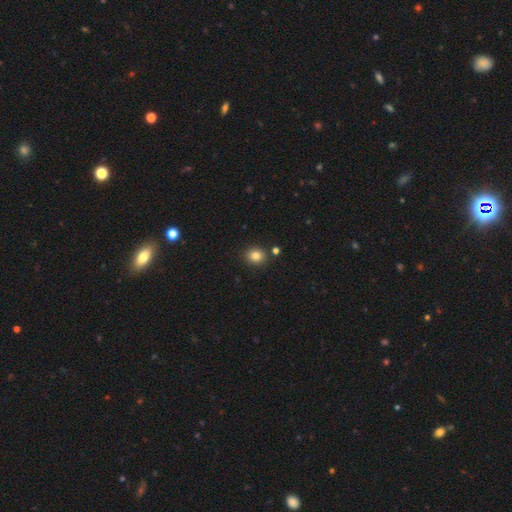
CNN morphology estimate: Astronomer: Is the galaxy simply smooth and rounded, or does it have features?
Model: smooth — 83%.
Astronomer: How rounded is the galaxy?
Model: round — 73%.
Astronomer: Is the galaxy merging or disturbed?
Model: none — 86%.